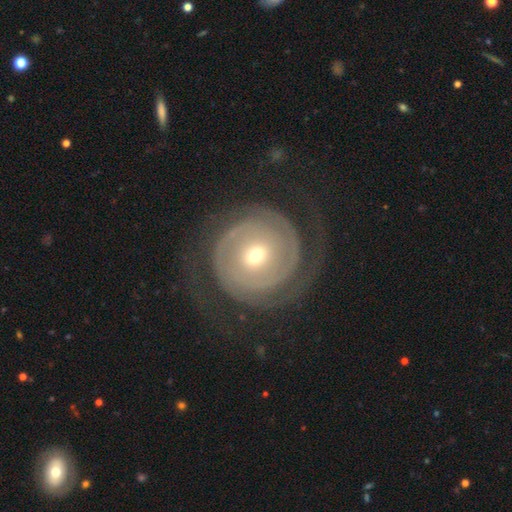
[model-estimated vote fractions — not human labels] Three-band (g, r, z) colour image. It shows a featured or disk galaxy (84%) with no bar (66%), 2 (64%) tight (75%) spiral arms (92%) and a small central bulge (58%). Merging: none (74%).